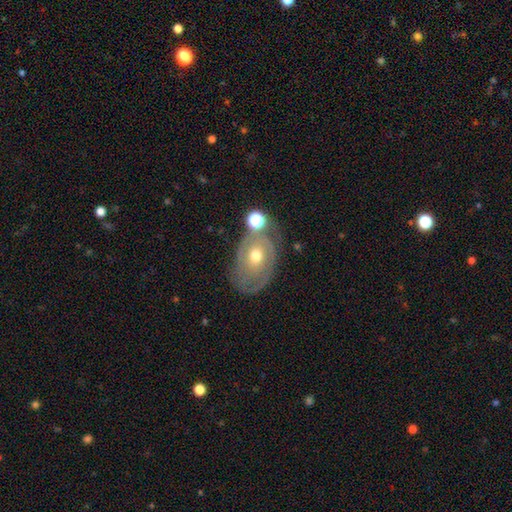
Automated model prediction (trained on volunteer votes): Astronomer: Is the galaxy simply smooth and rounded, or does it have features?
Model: featured or disk — 64%.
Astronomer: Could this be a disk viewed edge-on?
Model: no — 94%.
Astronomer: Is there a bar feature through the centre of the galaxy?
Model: no — 78%.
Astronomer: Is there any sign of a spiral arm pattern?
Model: yes — 69%.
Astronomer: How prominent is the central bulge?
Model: moderate — 66%.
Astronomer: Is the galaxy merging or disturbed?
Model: none — 53%.